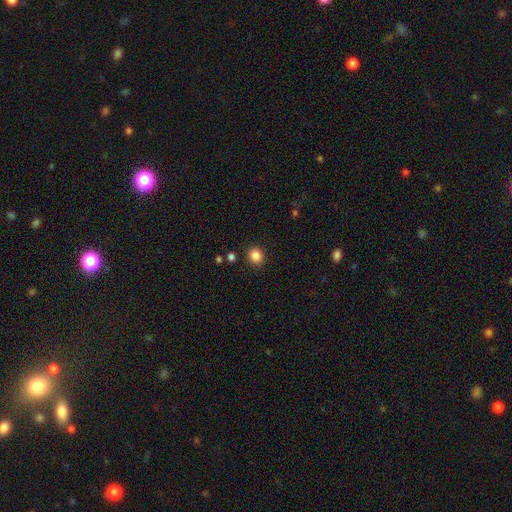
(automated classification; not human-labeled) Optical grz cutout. It shows a smooth galaxy with no disk features (86%) that is round (82%). Merging: none (89%).